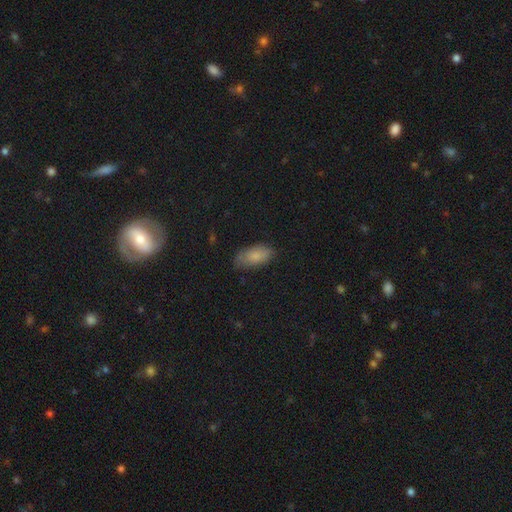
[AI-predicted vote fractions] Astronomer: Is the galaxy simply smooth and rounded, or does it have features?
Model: smooth — 82%.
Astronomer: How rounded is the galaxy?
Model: in between — 91%.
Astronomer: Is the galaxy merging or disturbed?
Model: none — 71%.